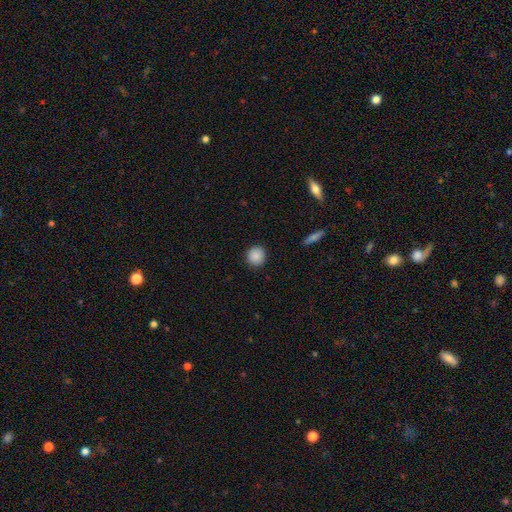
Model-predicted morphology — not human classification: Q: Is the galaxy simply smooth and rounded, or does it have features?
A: smooth — 88%.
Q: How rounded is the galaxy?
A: round — 89%.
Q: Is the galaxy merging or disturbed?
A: none — 90%.